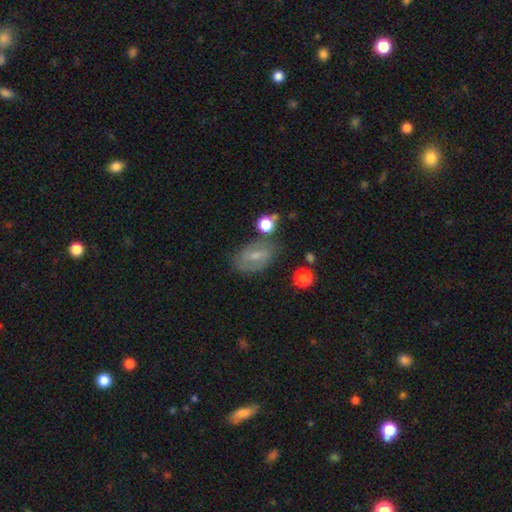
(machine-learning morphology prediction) This appears to be a smooth galaxy with no disk features (45%). Merging: none (66%).